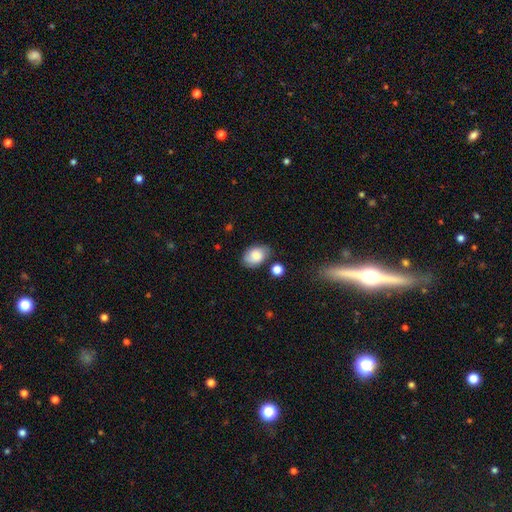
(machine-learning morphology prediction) This is likely a smooth galaxy (77%). How rounded: clearly in between (84%). Merging: likely none (70%).